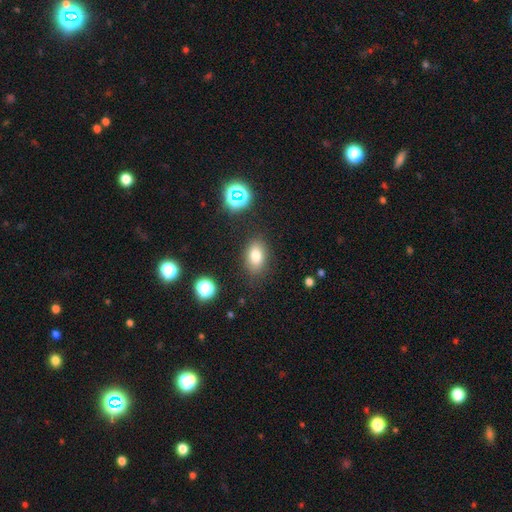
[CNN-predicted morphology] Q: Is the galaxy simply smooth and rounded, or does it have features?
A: smooth — 79%.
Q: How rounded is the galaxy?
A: in between — 85%.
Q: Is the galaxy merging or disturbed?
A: none — 83%.